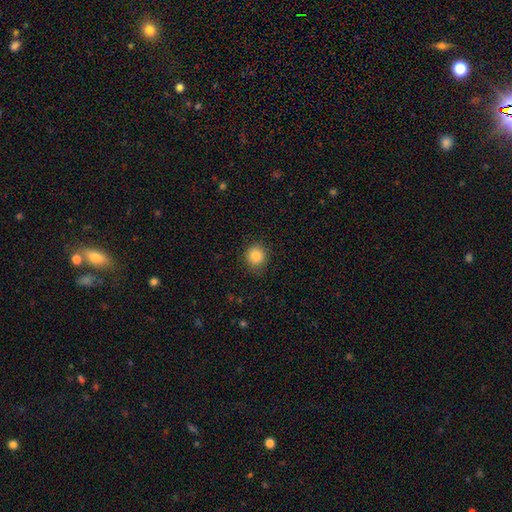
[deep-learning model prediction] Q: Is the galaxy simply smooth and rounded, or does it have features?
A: smooth — 85%.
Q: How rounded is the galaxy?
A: round — 85%.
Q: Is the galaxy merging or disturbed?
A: none — 86%.